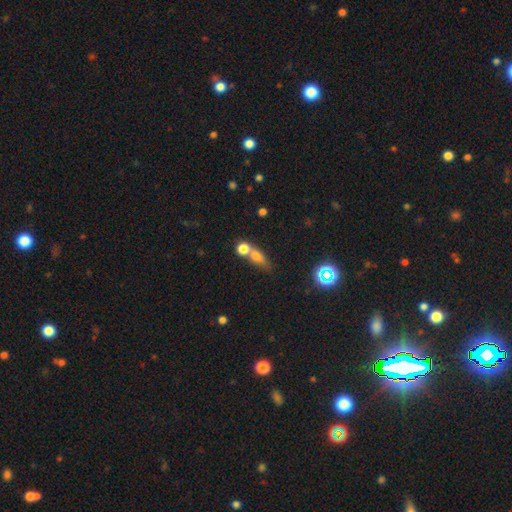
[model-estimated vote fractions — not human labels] Smooth or featured: smooth — 67% (featured or disk — 18%)
How rounded: in between — 46% (round — 29%)
Merging: merger — 50% (none — 34%)